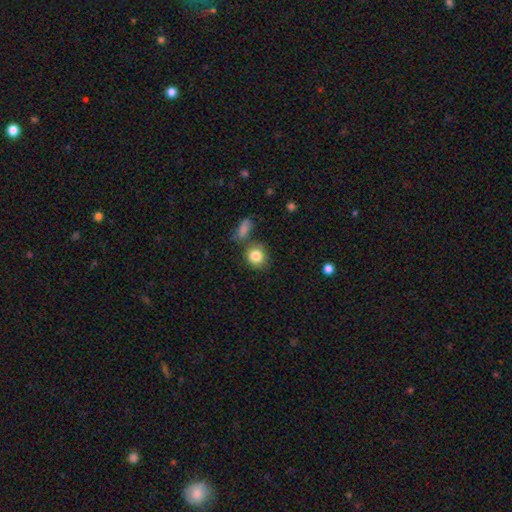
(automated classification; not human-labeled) smooth_or_featured: smooth (p=0.85) [alt: star or artifact p=0.09]
how_rounded: round (p=0.78) [alt: in between p=0.20]
merging: none (p=0.70) [alt: minor disturbance p=0.13]